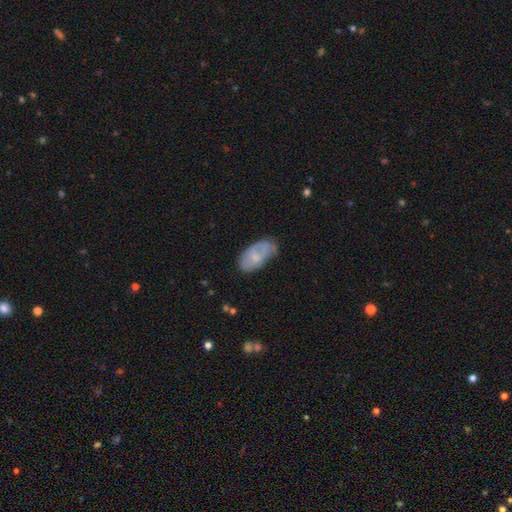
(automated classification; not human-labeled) Smooth or featured? smooth (58%)
How rounded? in between (93%)
Merging? none (56%)